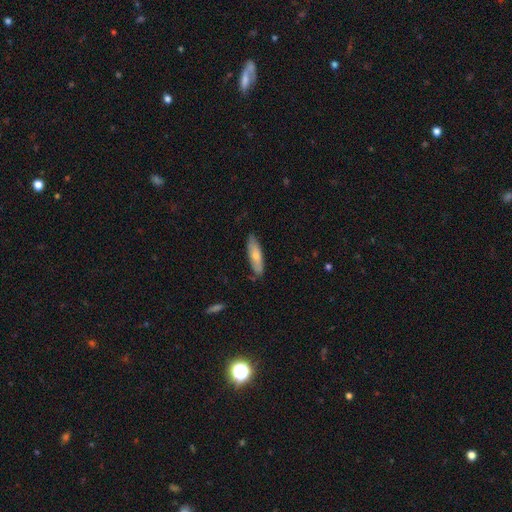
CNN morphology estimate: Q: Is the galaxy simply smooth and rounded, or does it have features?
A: smooth — 66%.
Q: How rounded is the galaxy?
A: cigar-shaped — 61%.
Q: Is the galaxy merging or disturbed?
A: none — 80%.